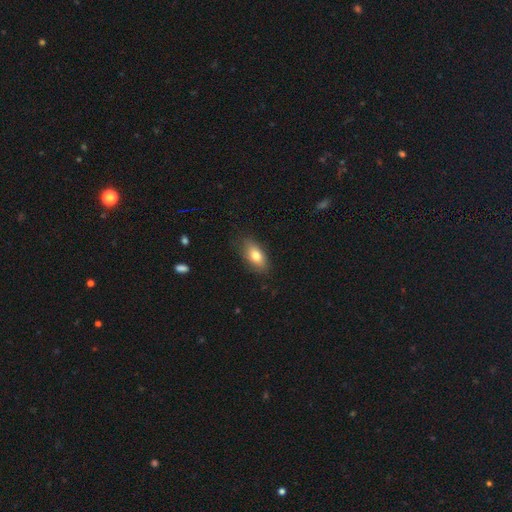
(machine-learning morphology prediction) This is likely a smooth galaxy (77%). How rounded: clearly in between (87%). Merging: clearly none (80%).